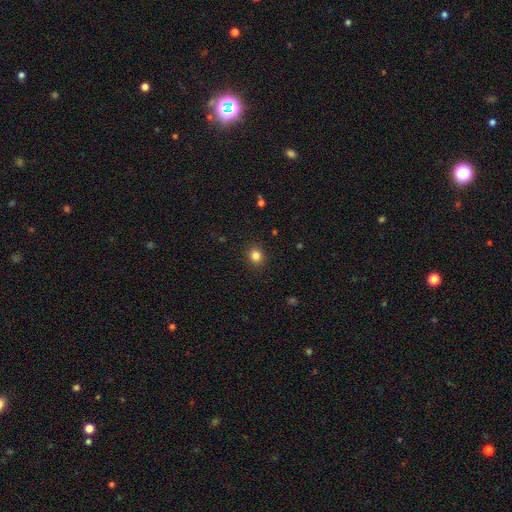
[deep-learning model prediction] Smooth or featured? Predicted: smooth (p=0.84). How rounded? Predicted: round (p=0.81). Merging? Predicted: none (p=0.90).